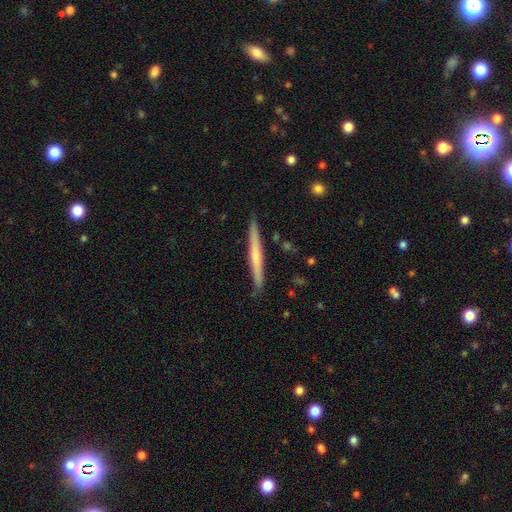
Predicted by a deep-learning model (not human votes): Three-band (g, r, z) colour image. It shows a featured or disk galaxy (53%) viewed edge-on (97%) with no central bulge (53%). Merging: none (89%).